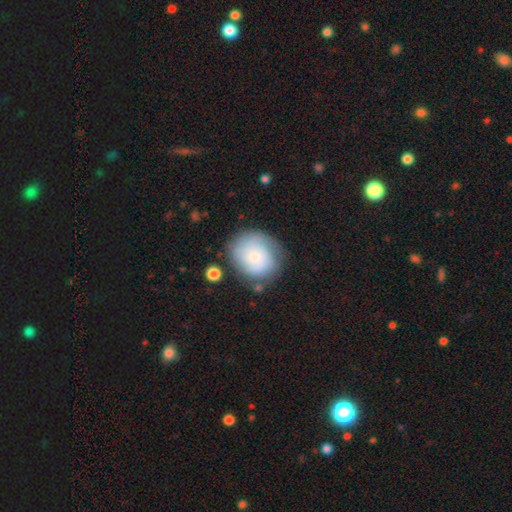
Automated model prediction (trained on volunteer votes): smooth-or-featured: featured or disk: 47% | smooth: 45% | star or artifact: 8%
  merging: none: 71% | minor disturbance: 19% | major disturbance: 7% | merger: 4%